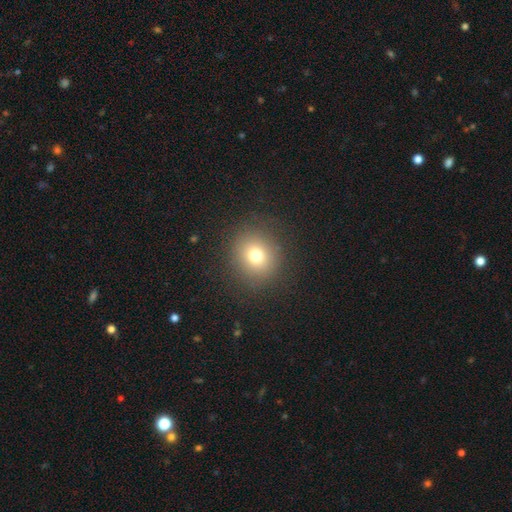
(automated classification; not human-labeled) Q: Smooth or featured?
A: smooth (74%); runner-up: star or artifact (16%)
Q: How rounded?
A: round (86%); runner-up: in between (13%)
Q: Merging?
A: none (88%); runner-up: minor disturbance (7%)